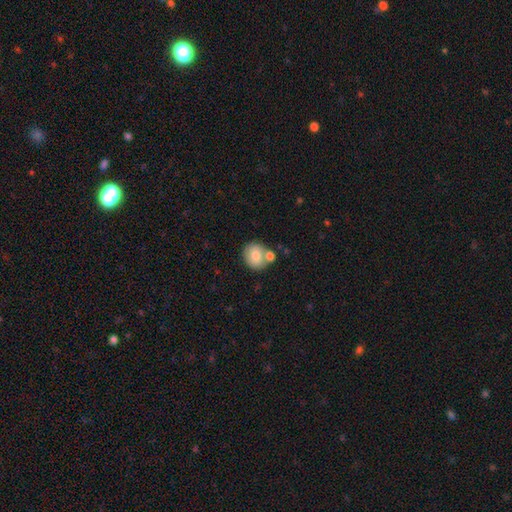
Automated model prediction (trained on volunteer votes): Q: Smooth or featured?
A: smooth (80%); runner-up: featured or disk (13%)
Q: How rounded?
A: round (73%); runner-up: in between (26%)
Q: Merging?
A: none (59%); runner-up: merger (25%)